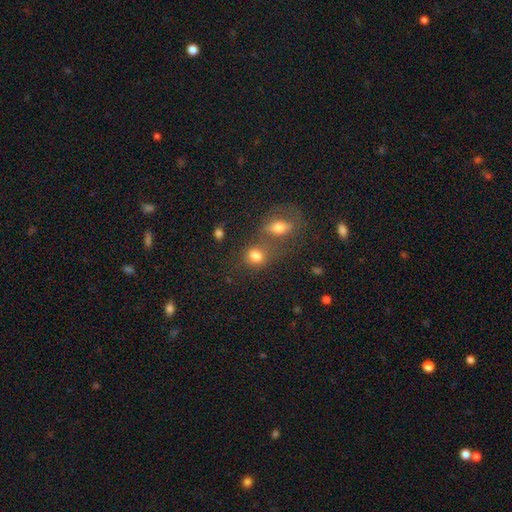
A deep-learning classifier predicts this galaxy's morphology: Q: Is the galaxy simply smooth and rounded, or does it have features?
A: smooth — 76%.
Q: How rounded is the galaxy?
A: round — 57%.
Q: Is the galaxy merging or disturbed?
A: none — 48%.